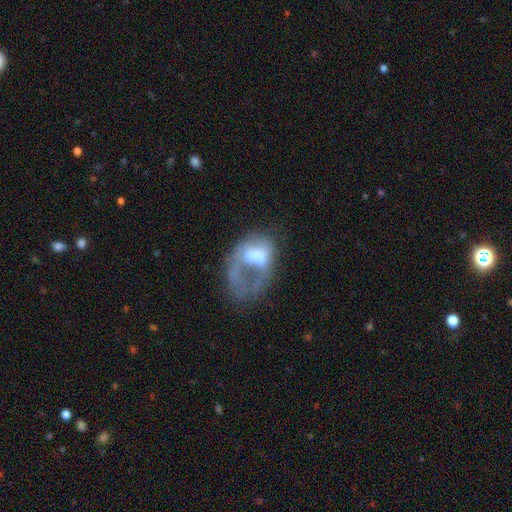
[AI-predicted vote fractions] Smooth or featured? Predicted: featured or disk (p=0.46). Merging? Predicted: major disturbance (p=0.60).